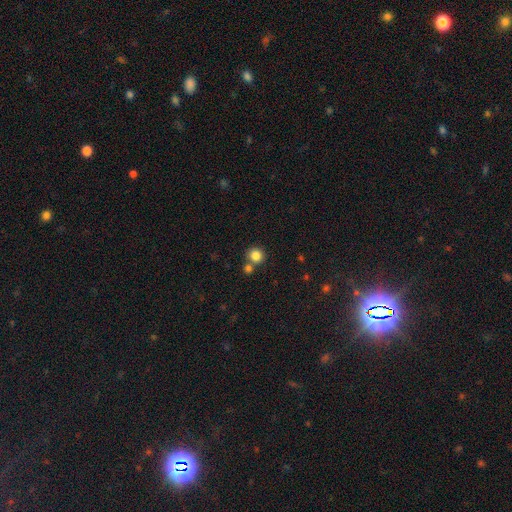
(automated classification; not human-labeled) smooth-or-featured: smooth: 84% | star or artifact: 11% | featured or disk: 5%
  how-rounded: round: 90% | in between: 9% | cigar-shaped: 1%
  merging: none: 67% | merger: 23% | minor disturbance: 7% | major disturbance: 3%